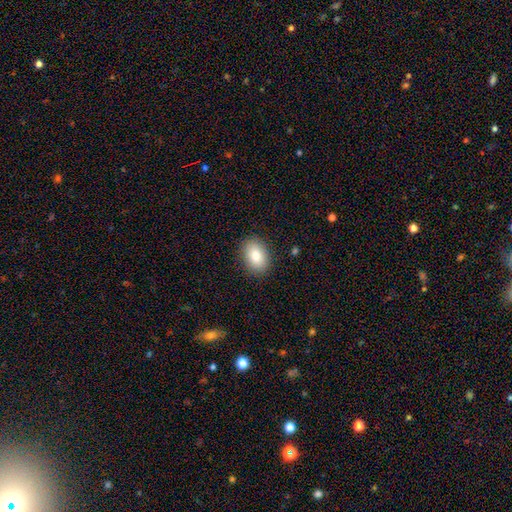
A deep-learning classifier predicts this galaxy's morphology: Smooth or featured: smooth — 85% (featured or disk — 8%)
How rounded: in between — 84% (round — 15%)
Merging: none — 88% (minor disturbance — 8%)